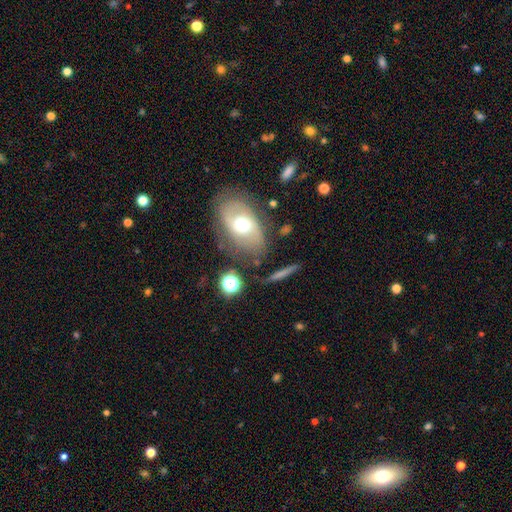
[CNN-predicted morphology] This appears to be a featured or disk galaxy (55%). Merging: none (69%).